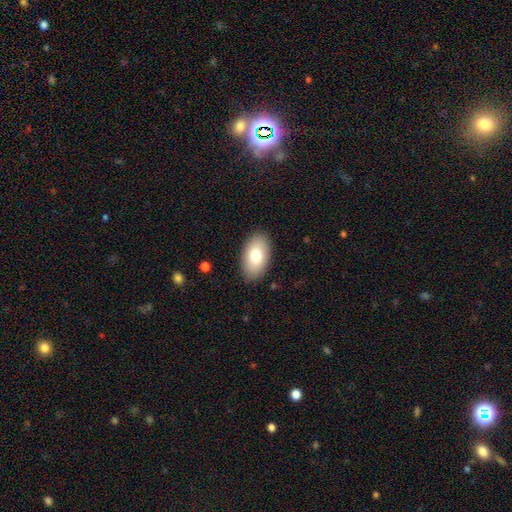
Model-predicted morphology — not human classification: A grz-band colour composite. It shows a smooth galaxy with no disk features (76%) that is in between round and cigar-shaped (94%). Merging: none (87%).